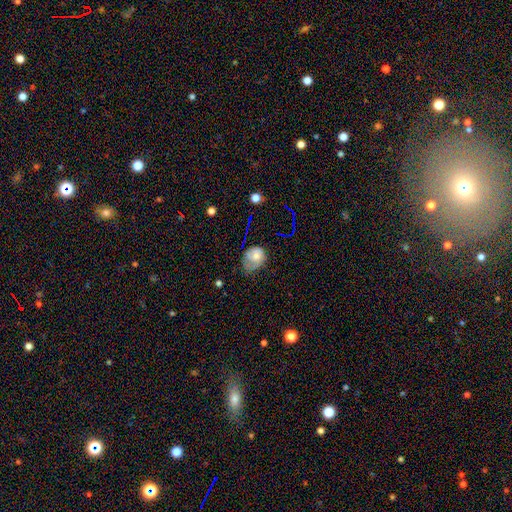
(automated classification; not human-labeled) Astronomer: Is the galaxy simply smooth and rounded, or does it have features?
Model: smooth — 65%.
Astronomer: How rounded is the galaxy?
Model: in between — 52% (runner-up: round, 47%).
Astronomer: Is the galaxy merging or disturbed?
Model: minor disturbance — 39% (runner-up: none, 36%).